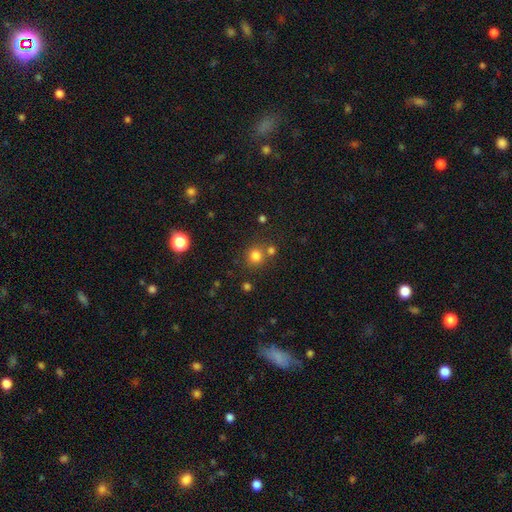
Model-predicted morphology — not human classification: smooth_or_featured: smooth (p=0.79) [alt: star or artifact p=0.15]
how_rounded: round (p=0.89) [alt: in between p=0.10]
merging: none (p=0.70) [alt: merger p=0.18]